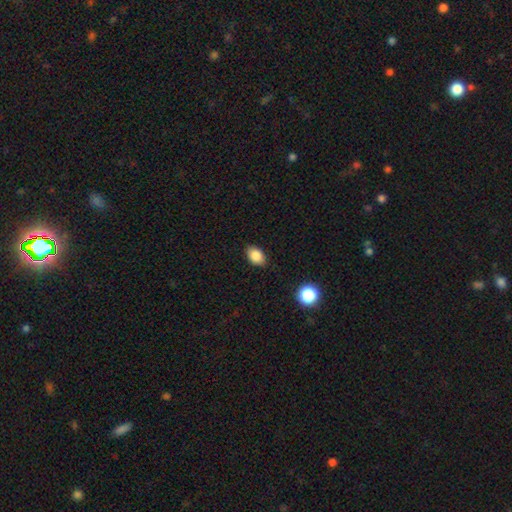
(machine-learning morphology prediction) Smooth or featured? Predicted: smooth (p=0.85). How rounded? Predicted: in between (p=0.82). Merging? Predicted: none (p=0.85).